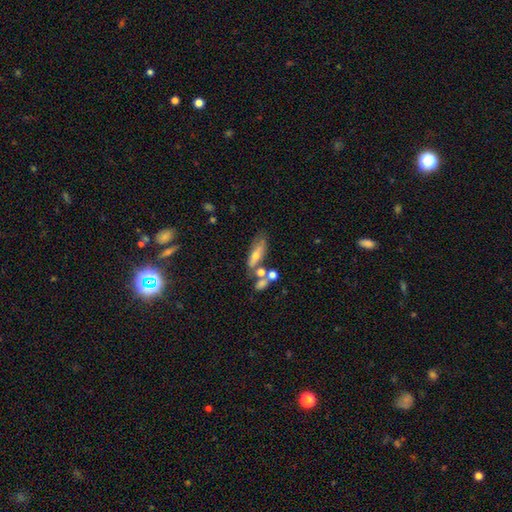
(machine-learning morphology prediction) type=smooth (51%); roundness=in between (52%); merging=none (43%).